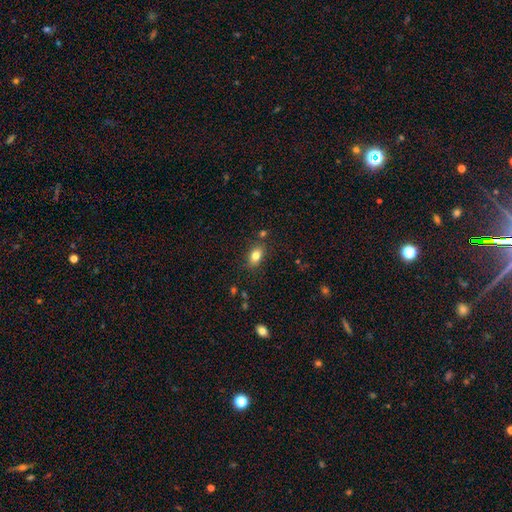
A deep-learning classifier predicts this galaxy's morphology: smooth_or_featured: smooth (p=0.81) [alt: featured or disk p=0.10]
how_rounded: in between (p=0.85) [alt: round p=0.12]
merging: none (p=0.82) [alt: minor disturbance p=0.11]